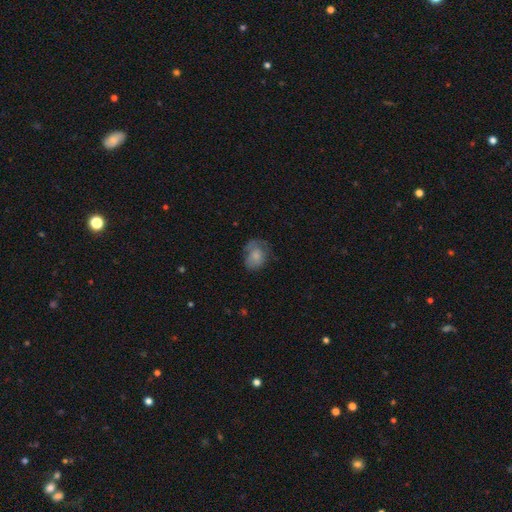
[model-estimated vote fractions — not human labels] smooth-or-featured: smooth: 69% | featured or disk: 22% | star or artifact: 9%
  how-rounded: in between: 53% | round: 46% | cigar-shaped: 1%
  merging: none: 48% | minor disturbance: 30% | major disturbance: 20% | merger: 2%